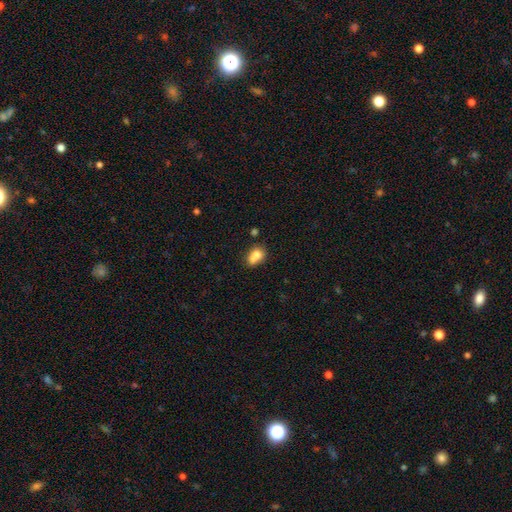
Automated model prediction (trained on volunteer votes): Smooth or featured? Predicted: smooth (p=0.75). How rounded? Predicted: in between (p=0.63). Merging? Predicted: merger (p=0.41).